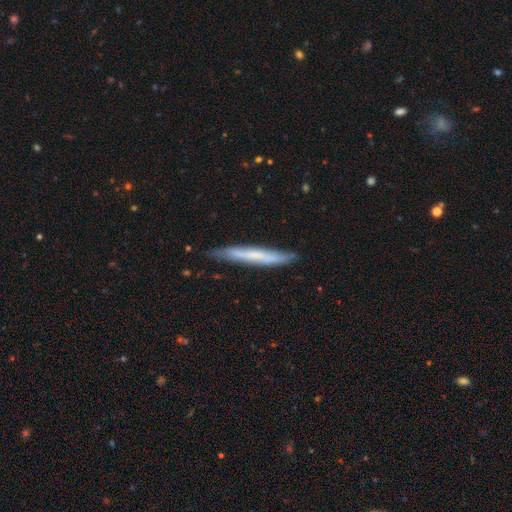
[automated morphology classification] smooth_or_featured: smooth (p=0.55) [alt: featured or disk p=0.39]
how_rounded: cigar-shaped (p=0.96) [alt: in between p=0.03]
merging: none (p=0.82) [alt: minor disturbance p=0.15]